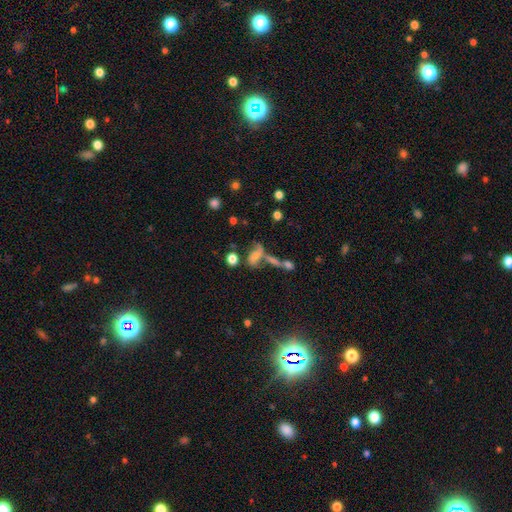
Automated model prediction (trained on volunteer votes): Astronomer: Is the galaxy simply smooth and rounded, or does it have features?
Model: smooth — 50% (runner-up: featured or disk, 33%).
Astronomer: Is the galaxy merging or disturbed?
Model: merger — 41% (runner-up: none, 29%).